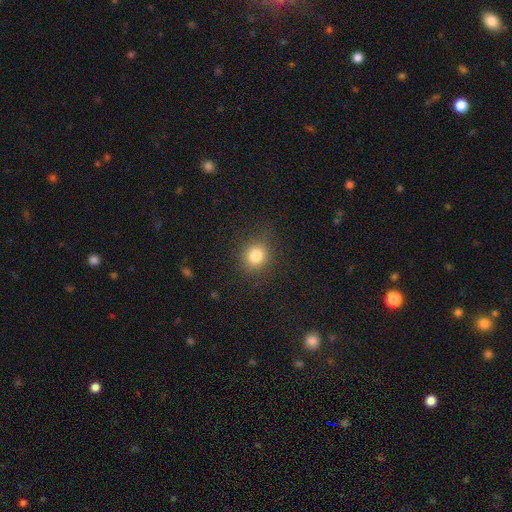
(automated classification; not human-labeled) This appears to be a smooth galaxy with no disk features (81%) that is round (83%). Merging: none (85%).